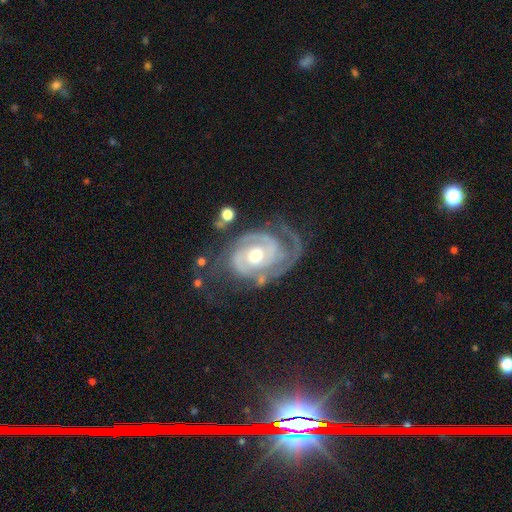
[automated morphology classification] Smooth or featured? Predicted: featured or disk (p=0.91). Edge-on disk? Predicted: no (p=0.97). Bar? Predicted: no (p=0.62). Spiral arms? Predicted: yes (p=0.97). Spiral winding? Predicted: tight (p=0.66). Spiral arm count? Predicted: 2 (p=0.59). Bulge size? Predicted: moderate (p=0.72). Merging? Predicted: none (p=0.59).